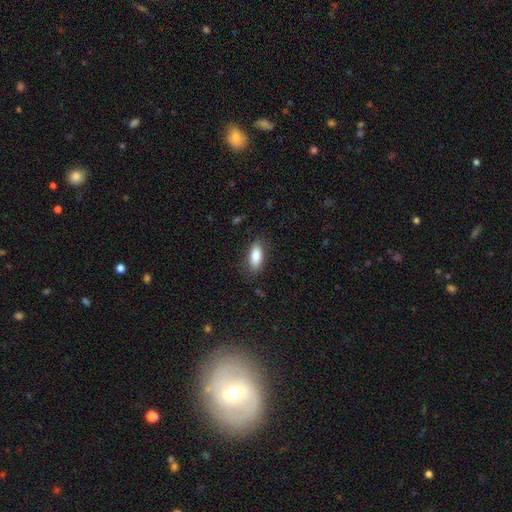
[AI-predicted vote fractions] This appears to be a smooth galaxy with no disk features (85%) that is in between round and cigar-shaped (79%). Merging: none (82%).